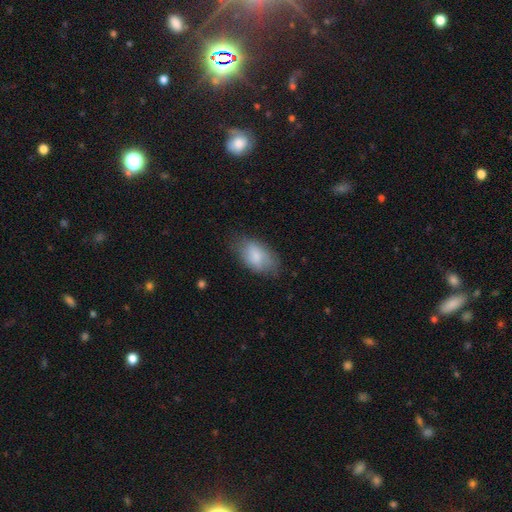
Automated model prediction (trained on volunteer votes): Smooth or featured? Predicted: smooth (p=0.78). How rounded? Predicted: in between (p=0.93). Merging? Predicted: none (p=0.66).